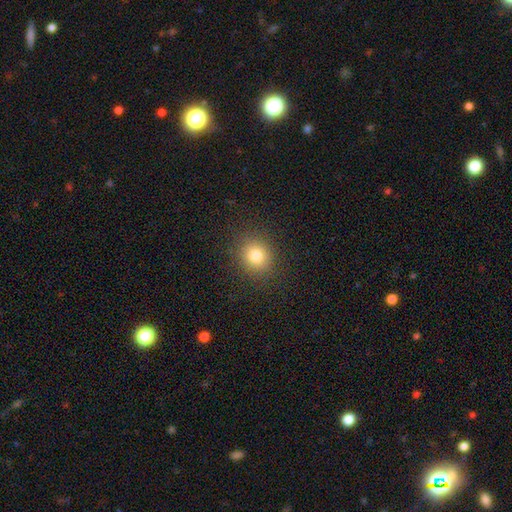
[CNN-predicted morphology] Q: Smooth or featured?
A: smooth (80%); runner-up: star or artifact (13%)
Q: How rounded?
A: round (82%); runner-up: in between (17%)
Q: Merging?
A: none (89%); runner-up: minor disturbance (7%)